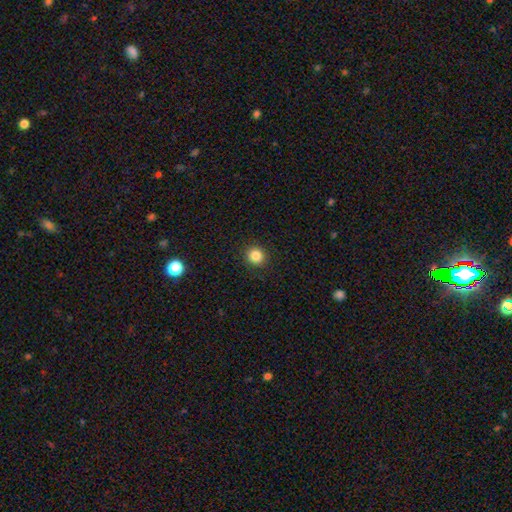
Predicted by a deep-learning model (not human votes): smooth_or_featured: smooth (p=0.84) [alt: star or artifact p=0.11]
how_rounded: round (p=0.90) [alt: in between p=0.09]
merging: none (p=0.92) [alt: minor disturbance p=0.05]